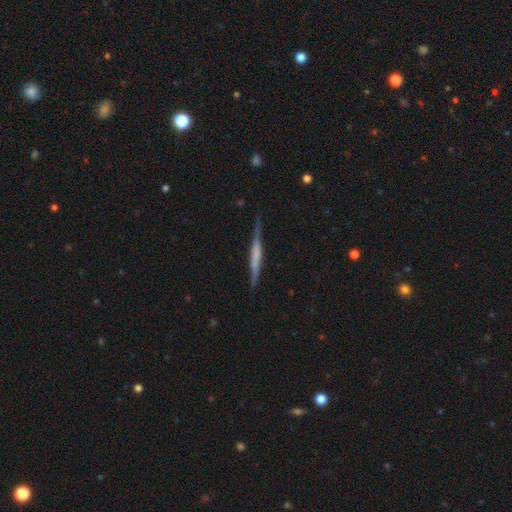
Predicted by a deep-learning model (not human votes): Morphology: type=featured or disk (58%); edge-on=yes (96%); edge-on bulge=none (54%); merging=none (82%).